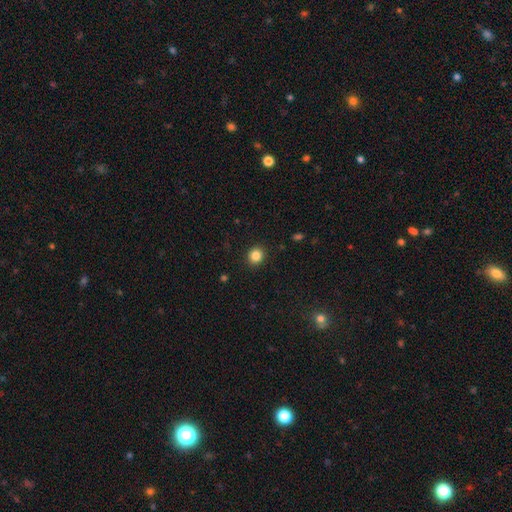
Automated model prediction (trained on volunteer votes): Smooth or featured?
  - smooth: 84% *
  - star or artifact: 11%
  - featured or disk: 5%
How rounded?
  - round: 85% *
  - in between: 14%
  - cigar-shaped: 1%
Merging?
  - none: 91% *
  - minor disturbance: 6%
  - major disturbance: 2%
  - merger: 1%